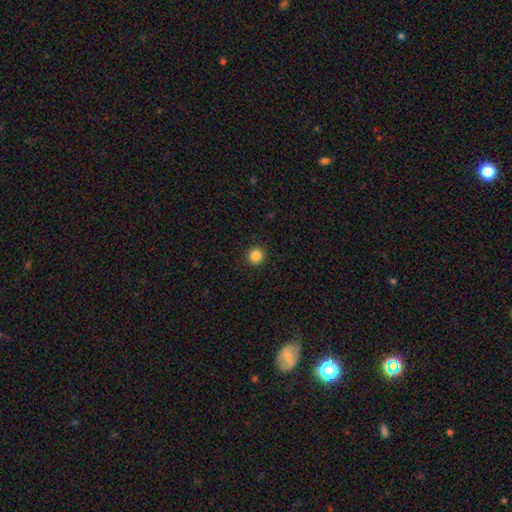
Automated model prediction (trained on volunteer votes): smooth_or_featured: smooth (p=0.86) [alt: star or artifact p=0.11]
how_rounded: round (p=0.90) [alt: in between p=0.09]
merging: none (p=0.92) [alt: minor disturbance p=0.05]